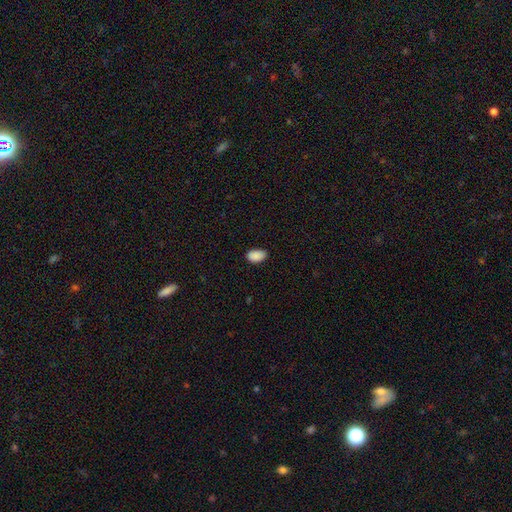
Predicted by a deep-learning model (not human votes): This appears to be a smooth galaxy with no disk features (90%) that is in between round and cigar-shaped (91%). Merging: none (83%).